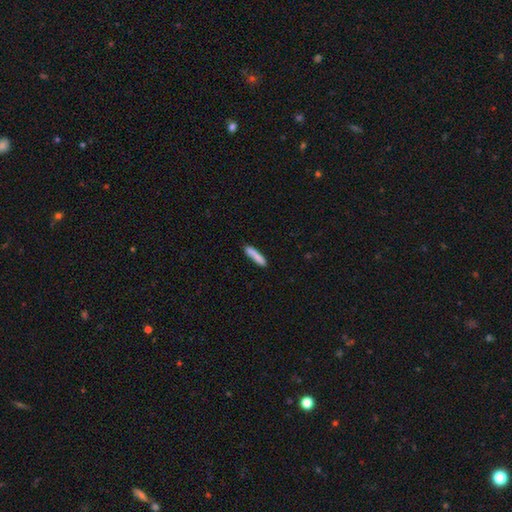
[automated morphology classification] Overall: smooth (83%). How rounded: cigar-shaped (88%). Merging: none (77%).